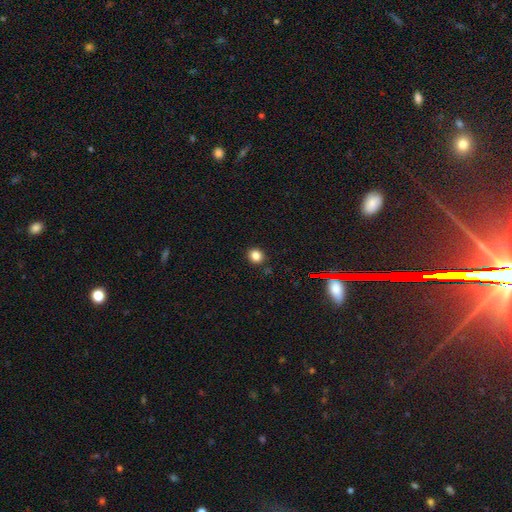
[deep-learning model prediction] This appears to be a smooth galaxy with no disk features (82%) that is round (76%). Merging: none (89%).